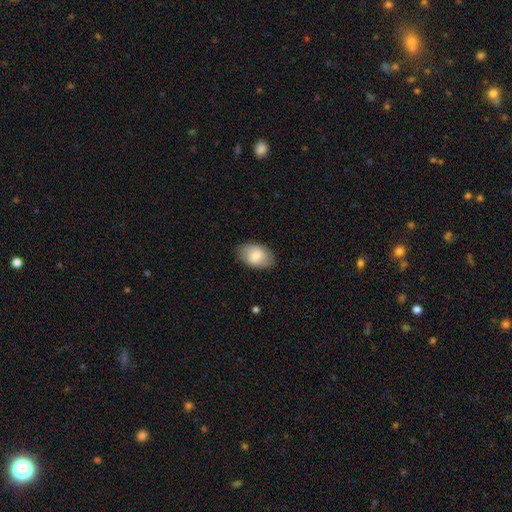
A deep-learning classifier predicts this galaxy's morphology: Smooth or featured: smooth — 79% (featured or disk — 15%)
How rounded: in between — 90% (round — 9%)
Merging: none — 83% (minor disturbance — 13%)